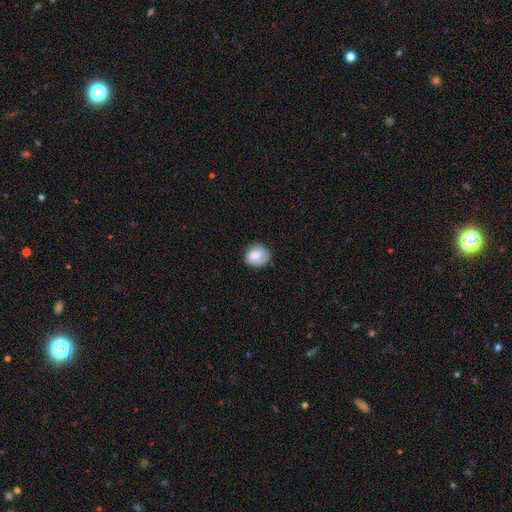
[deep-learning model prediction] Smooth or featured?
  - smooth: 77% *
  - featured or disk: 16%
  - star or artifact: 7%
How rounded?
  - round: 73% *
  - in between: 27%
  - cigar-shaped: 1%
Merging?
  - none: 75% *
  - minor disturbance: 19%
  - major disturbance: 5%
  - merger: 1%